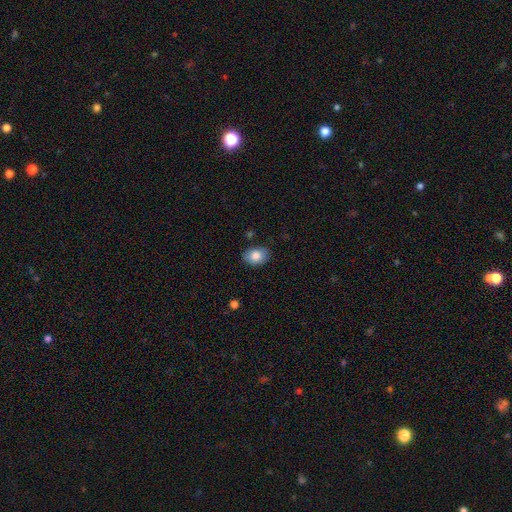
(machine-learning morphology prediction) smooth-or-featured: smooth: 84% | featured or disk: 8% | star or artifact: 8%
  how-rounded: in between: 74% | round: 25% | cigar-shaped: 1%
  merging: none: 83% | minor disturbance: 13% | major disturbance: 3% | merger: 2%